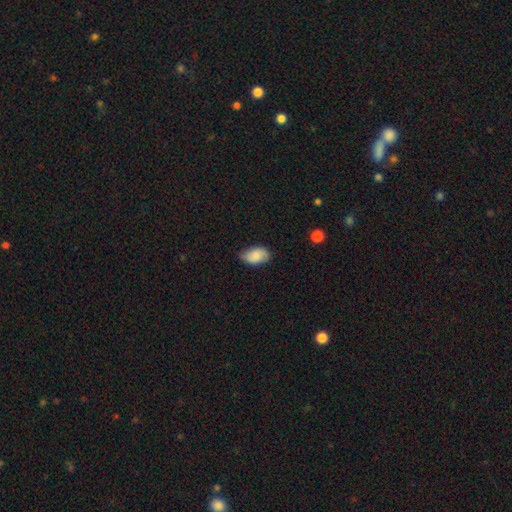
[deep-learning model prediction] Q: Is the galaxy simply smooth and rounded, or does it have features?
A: smooth — 80%.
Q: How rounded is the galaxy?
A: in between — 93%.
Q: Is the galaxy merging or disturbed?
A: none — 72%.